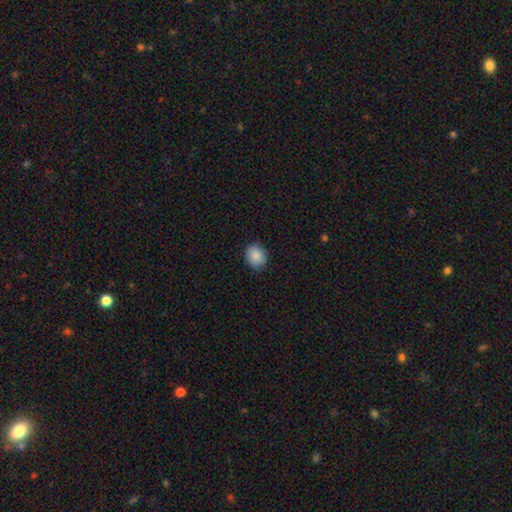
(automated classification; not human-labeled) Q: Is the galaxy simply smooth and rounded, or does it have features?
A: smooth — 88%.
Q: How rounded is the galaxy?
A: round — 73%.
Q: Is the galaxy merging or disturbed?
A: none — 86%.